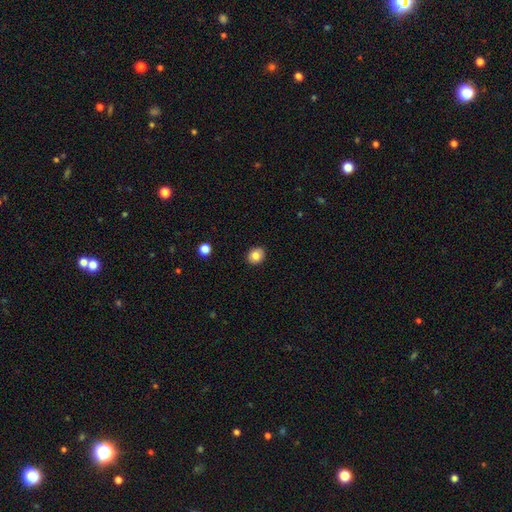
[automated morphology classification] Smooth or featured?
  - smooth: 82% *
  - star or artifact: 9%
  - featured or disk: 8%
How rounded?
  - round: 70% *
  - in between: 29%
  - cigar-shaped: 1%
Merging?
  - none: 91% *
  - minor disturbance: 7%
  - major disturbance: 2%
  - merger: 1%